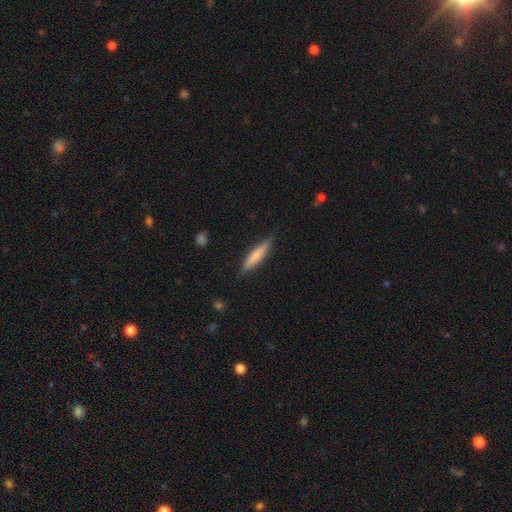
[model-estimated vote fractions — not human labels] This appears to be a smooth galaxy with no disk features (64%) that is cigar-shaped (87%). Merging: none (86%).